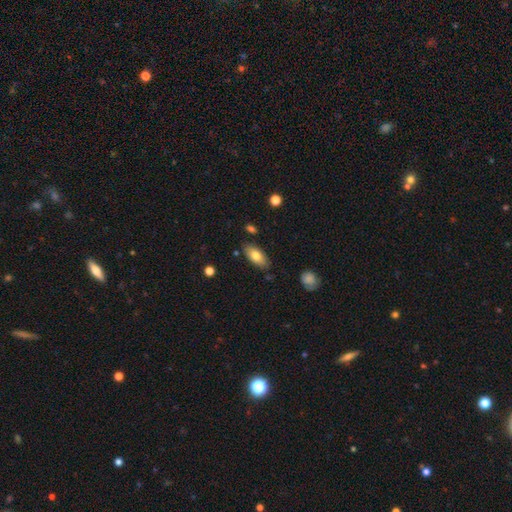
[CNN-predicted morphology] A smooth galaxy with no disk features (76%) that is in between round and cigar-shaped (89%). Merging: none (81%).